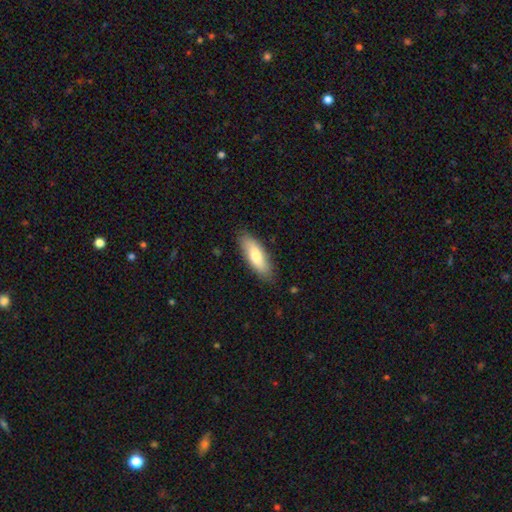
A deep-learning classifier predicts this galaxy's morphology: Q: Smooth or featured?
A: smooth (74%); runner-up: featured or disk (20%)
Q: How rounded?
A: in between (64%); runner-up: cigar-shaped (34%)
Q: Merging?
A: none (85%); runner-up: minor disturbance (12%)